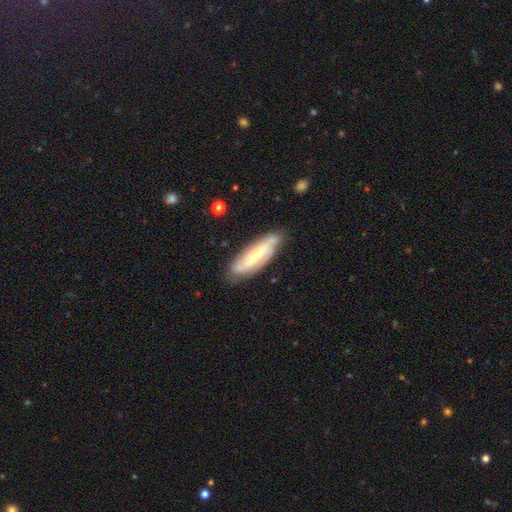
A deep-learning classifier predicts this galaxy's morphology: Smooth or featured? Predicted: featured or disk (p=0.63). Edge-on disk? Predicted: no (p=0.76). Merging? Predicted: none (p=0.76).